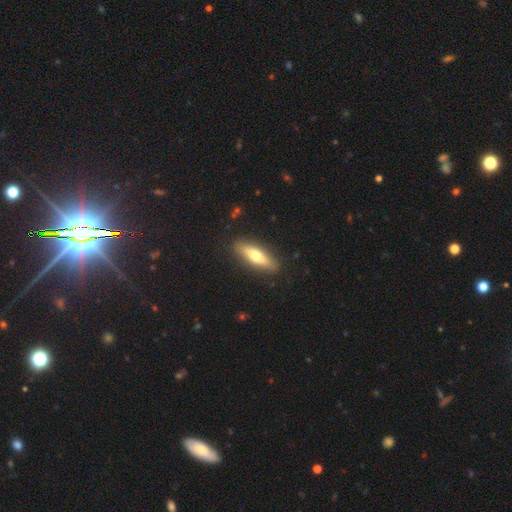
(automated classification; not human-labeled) Overall: smooth (60%; featured or disk 35%). How rounded: cigar-shaped (61%; in between 37%). Merging: none (88%).